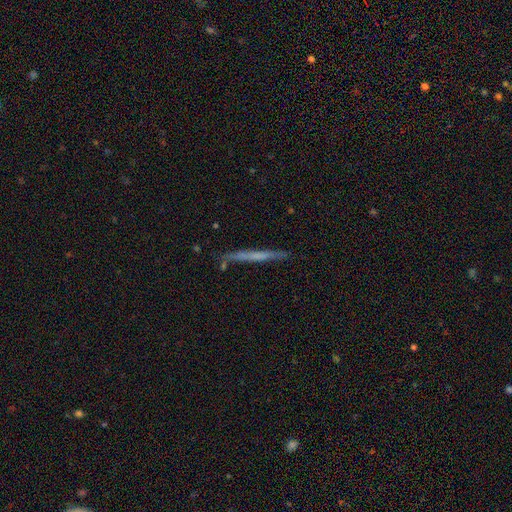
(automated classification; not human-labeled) Overall: featured or disk (49%; smooth 44%). Merging: none (83%).